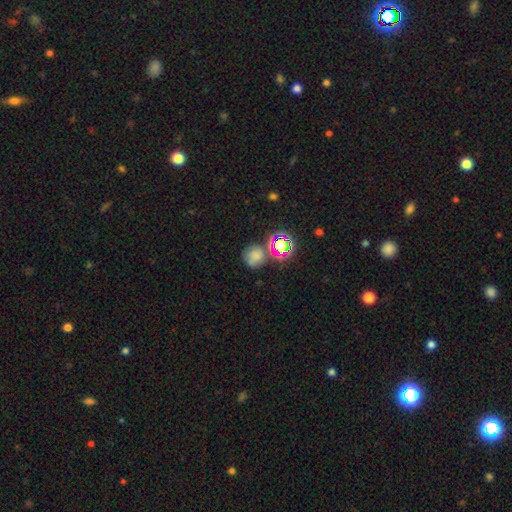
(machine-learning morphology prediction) Smooth or featured?
  - smooth: 60% *
  - star or artifact: 25%
  - featured or disk: 14%
How rounded?
  - round: 82% *
  - in between: 17%
  - cigar-shaped: 1%
Merging?
  - none: 55% *
  - merger: 19%
  - minor disturbance: 17%
  - major disturbance: 8%